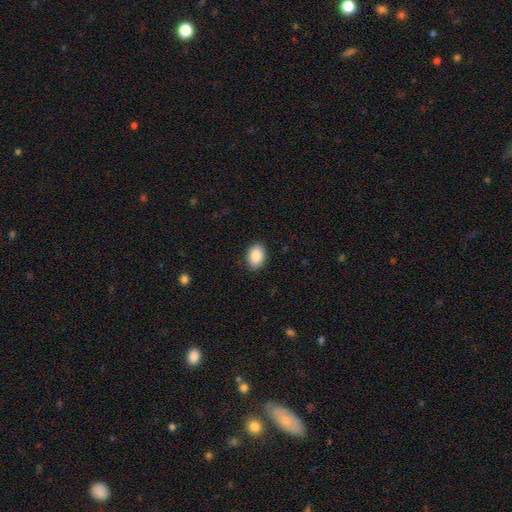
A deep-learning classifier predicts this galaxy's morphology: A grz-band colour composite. It shows a smooth galaxy with no disk features (88%) that is in between round and cigar-shaped (85%). Merging: none (88%).